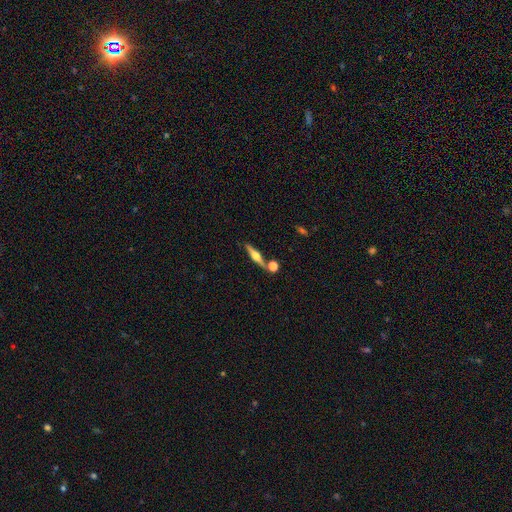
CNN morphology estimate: featured or disk 66%, smooth 27%, star or artifact 7%. Down the decision tree: edge-on disk — yes (97%); edge-on bulge — rounded (92%); merging — none (76%).